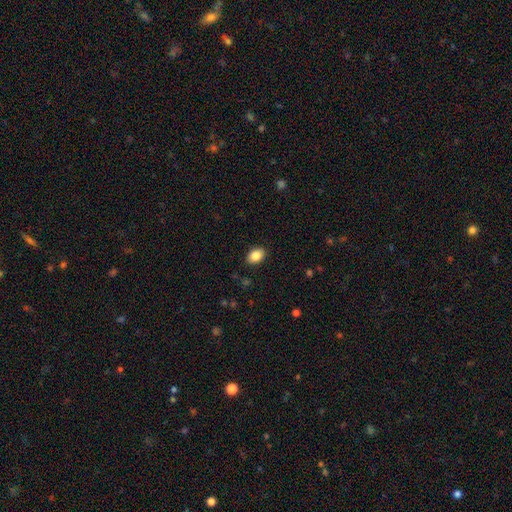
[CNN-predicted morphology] Smooth or featured: smooth — 87% (star or artifact — 8%)
How rounded: in between — 83% (round — 16%)
Merging: none — 89% (minor disturbance — 8%)